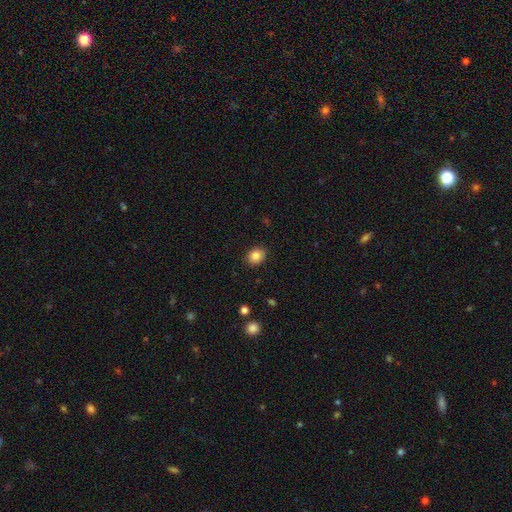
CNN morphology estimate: smooth 83%, star or artifact 9%, featured or disk 7%. Down the decision tree: how rounded — round (54%); merging — none (88%).